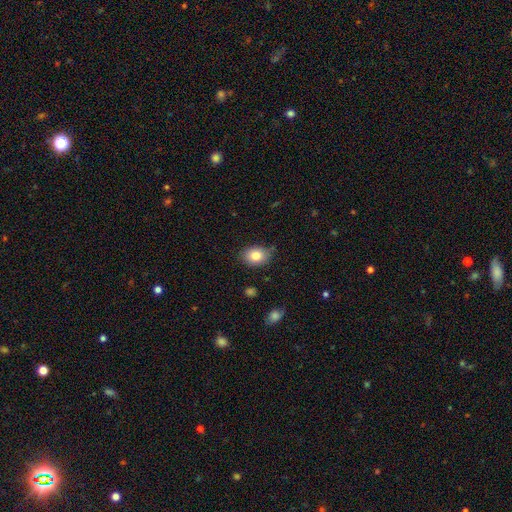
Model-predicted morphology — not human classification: Smooth or featured?
  - smooth: 82% *
  - featured or disk: 10%
  - star or artifact: 9%
How rounded?
  - in between: 69% *
  - round: 30%
  - cigar-shaped: 1%
Merging?
  - none: 78% *
  - minor disturbance: 18%
  - major disturbance: 3%
  - merger: 2%